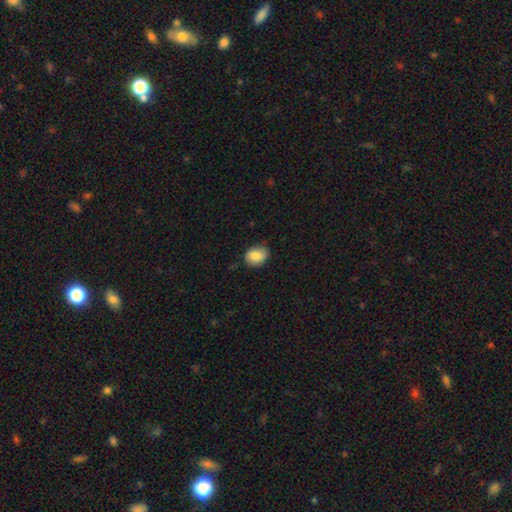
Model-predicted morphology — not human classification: smooth_or_featured: smooth (p=0.85) [alt: star or artifact p=0.08]
how_rounded: in between (p=0.64) [alt: round p=0.35]
merging: none (p=0.77) [alt: minor disturbance p=0.19]